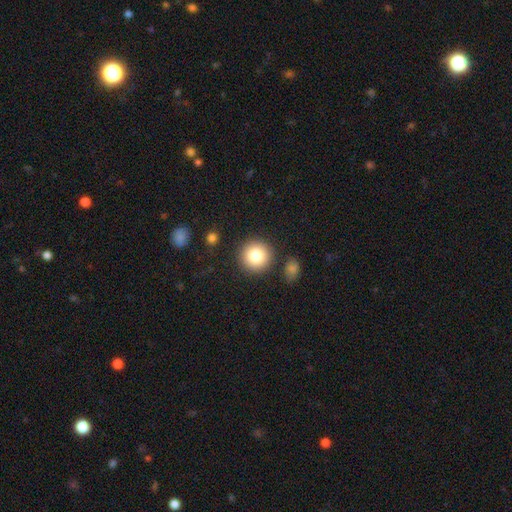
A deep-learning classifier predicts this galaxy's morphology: Smooth or featured: smooth — 82% (star or artifact — 9%)
How rounded: round — 94% (in between — 5%)
Merging: none — 86% (minor disturbance — 7%)